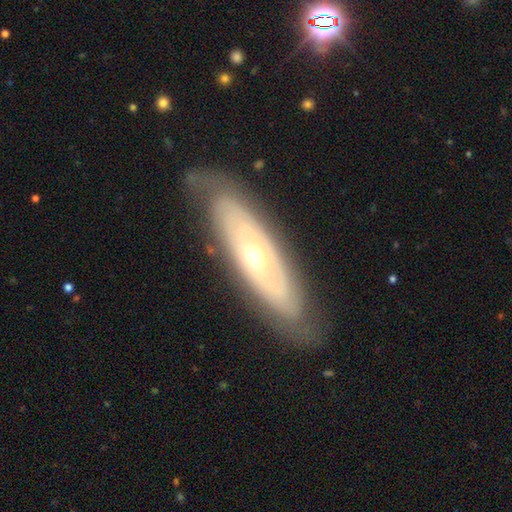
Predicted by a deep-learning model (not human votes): This appears to be a featured or disk galaxy (70%) with no bar (87%), no spiral arms (50%, tied with yes) and a small central bulge (49%). Merging: none (79%).